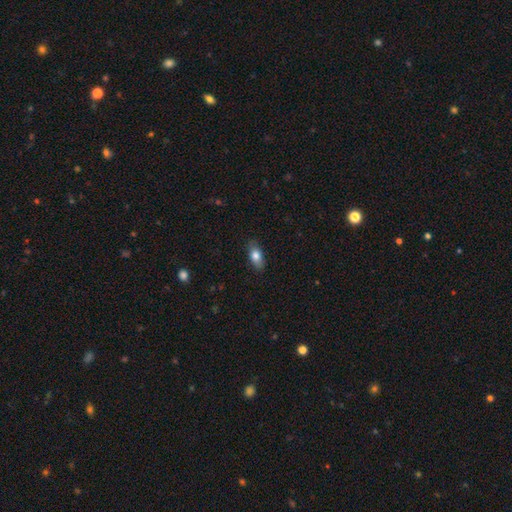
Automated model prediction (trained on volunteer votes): Morphology: type=smooth (76%); roundness=in between (85%); merging=none (83%).